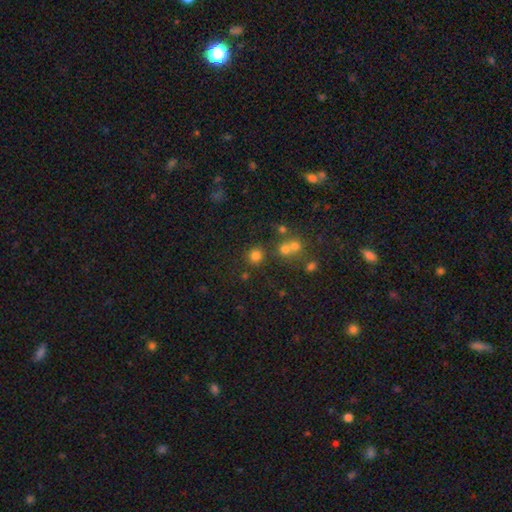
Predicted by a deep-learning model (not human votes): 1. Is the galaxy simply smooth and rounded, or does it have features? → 77% smooth, 17% star or artifact, 7% featured or disk.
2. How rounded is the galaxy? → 91% round, 8% in between, 1% cigar-shaped.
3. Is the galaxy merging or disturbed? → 79% none, 10% merger, 8% minor disturbance, 3% major disturbance.